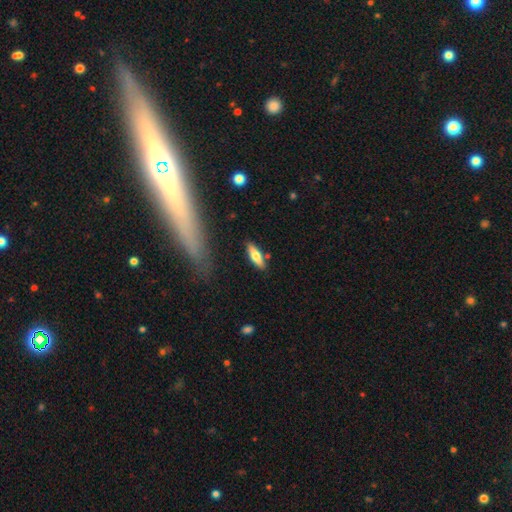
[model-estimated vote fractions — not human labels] A smooth galaxy with no disk features (65%) that is in between round and cigar-shaped (51%).

Vote fractions:
- Smooth or featured? smooth: 65% / featured or disk: 29% / star or artifact: 6%
- How rounded? in between: 51% / cigar-shaped: 47% / round: 2%
- Merging? none: 83% / minor disturbance: 11% / merger: 4% / major disturbance: 3%